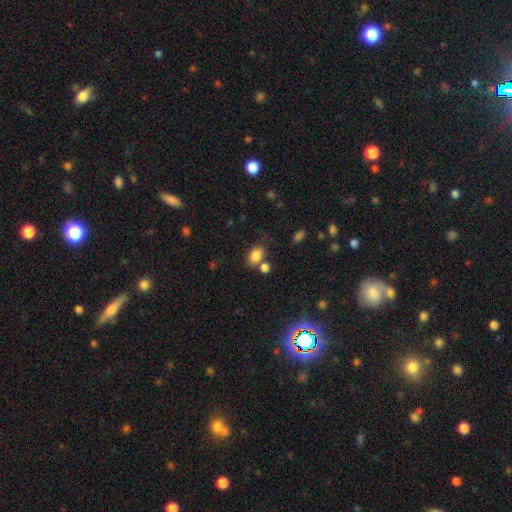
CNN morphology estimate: smooth_or_featured: smooth (p=0.83) [alt: star or artifact p=0.10]
how_rounded: in between (p=0.79) [alt: round p=0.20]
merging: none (p=0.58) [alt: merger p=0.21]